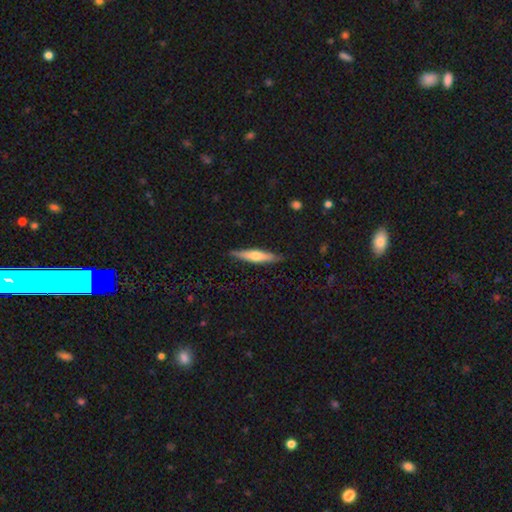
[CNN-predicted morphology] Smooth or featured? featured or disk (49%)
Merging? none (86%)